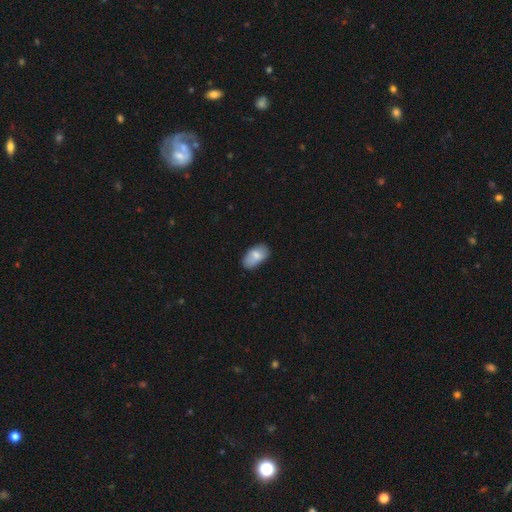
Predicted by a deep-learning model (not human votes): This appears to be a smooth galaxy with no disk features (75%) that is in between round and cigar-shaped (93%). Merging: none (62%).